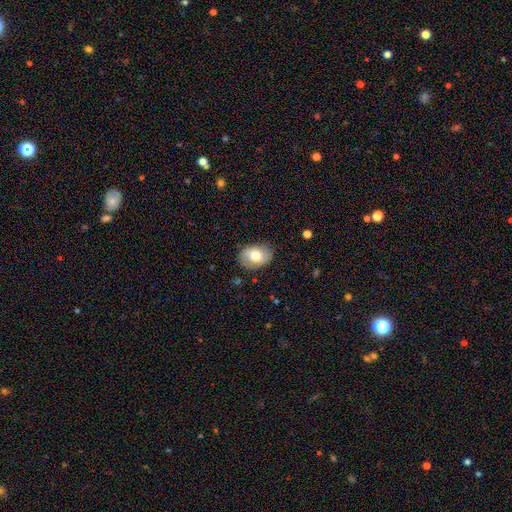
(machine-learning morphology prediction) Q: Smooth or featured?
A: smooth (71%); runner-up: featured or disk (22%)
Q: How rounded?
A: in between (77%); runner-up: round (22%)
Q: Merging?
A: none (83%); runner-up: minor disturbance (13%)